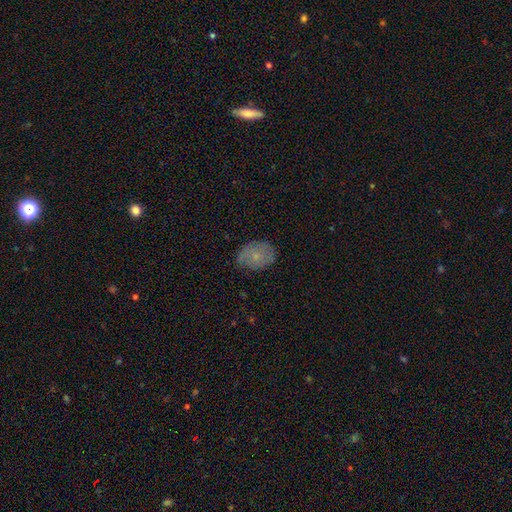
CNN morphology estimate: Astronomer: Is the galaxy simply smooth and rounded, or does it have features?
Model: smooth — 63%.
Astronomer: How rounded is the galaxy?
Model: in between — 65%.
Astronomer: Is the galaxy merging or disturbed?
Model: none — 69%.